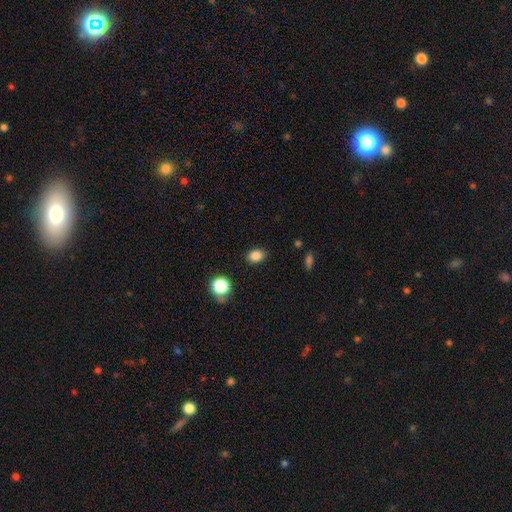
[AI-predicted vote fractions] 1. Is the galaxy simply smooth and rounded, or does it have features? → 84% smooth, 11% star or artifact, 4% featured or disk.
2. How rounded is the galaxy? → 62% in between, 37% round, 1% cigar-shaped.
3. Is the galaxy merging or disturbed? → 86% none, 9% minor disturbance, 3% major disturbance, 2% merger.